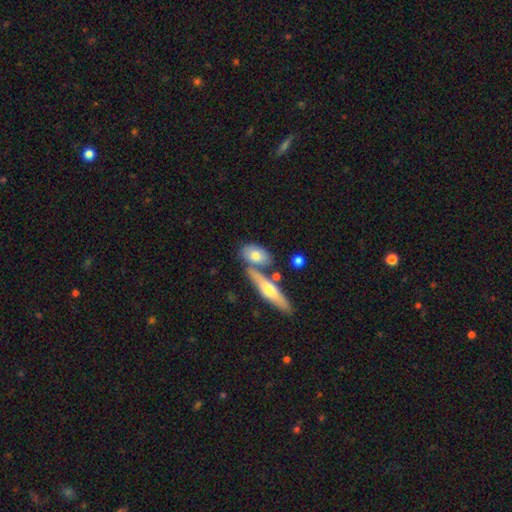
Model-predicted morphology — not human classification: Overall: smooth (67%; featured or disk 27%). How rounded: in between (79%). Merging: none (54%; merger 28%).